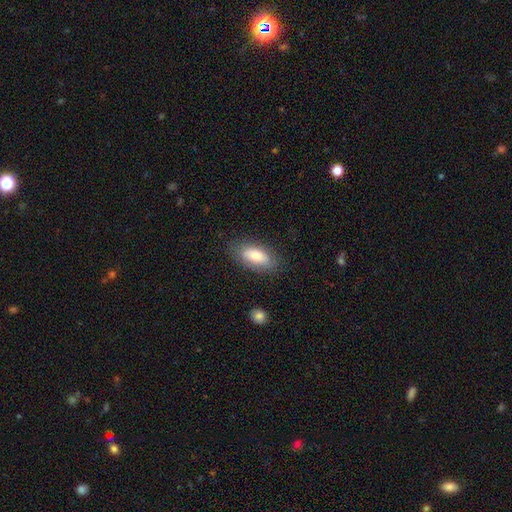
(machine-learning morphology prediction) Q: Smooth or featured?
A: smooth (74%); runner-up: featured or disk (19%)
Q: How rounded?
A: in between (87%); runner-up: cigar-shaped (11%)
Q: Merging?
A: none (80%); runner-up: minor disturbance (14%)